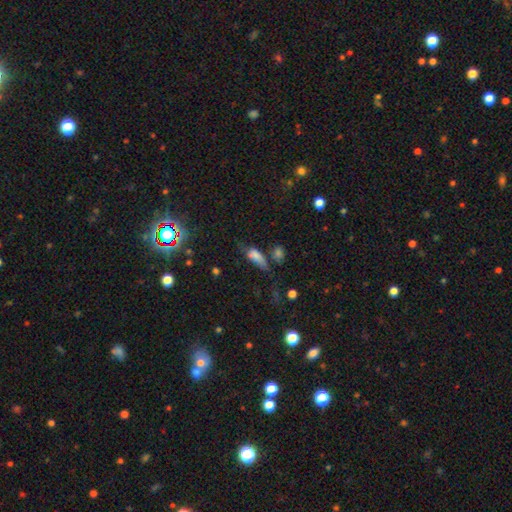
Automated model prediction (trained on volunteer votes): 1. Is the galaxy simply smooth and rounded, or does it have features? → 72% smooth, 15% featured or disk, 14% star or artifact.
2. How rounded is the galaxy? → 65% in between, 30% cigar-shaped, 6% round.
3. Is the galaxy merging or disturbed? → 37% none, 27% minor disturbance, 19% major disturbance, 17% merger.